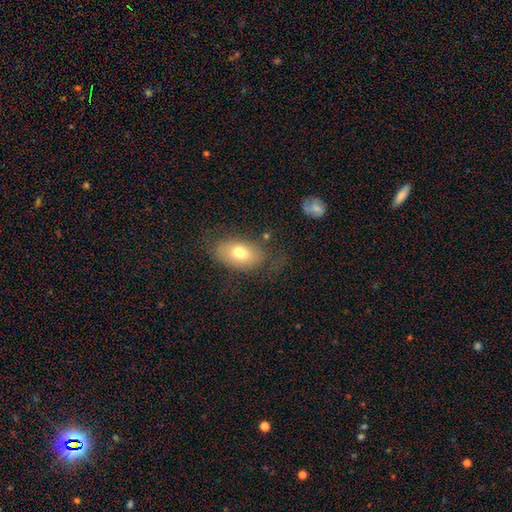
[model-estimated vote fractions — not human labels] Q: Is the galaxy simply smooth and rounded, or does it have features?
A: smooth — 68%.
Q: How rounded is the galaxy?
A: in between — 88%.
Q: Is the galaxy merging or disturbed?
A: none — 67%.